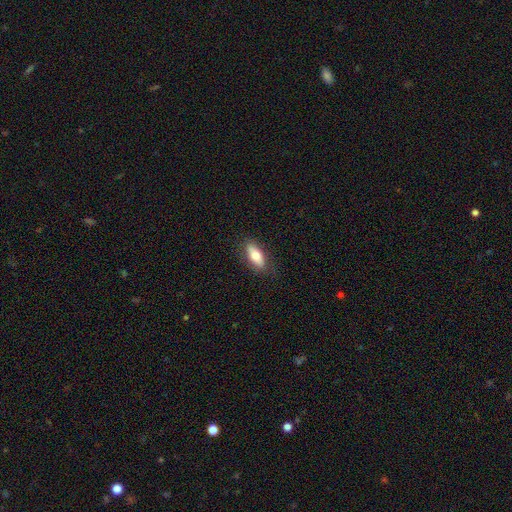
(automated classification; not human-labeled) Overall: smooth (73%). How rounded: in between (78%). Merging: none (84%).